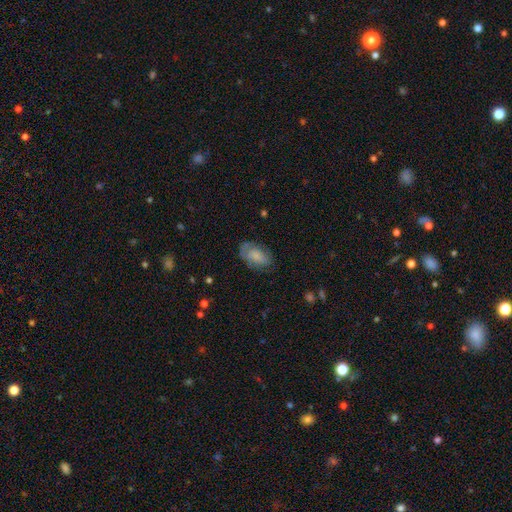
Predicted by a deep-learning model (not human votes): Q: Smooth or featured?
A: smooth (67%); runner-up: featured or disk (25%)
Q: How rounded?
A: in between (91%); runner-up: round (7%)
Q: Merging?
A: none (65%); runner-up: minor disturbance (24%)